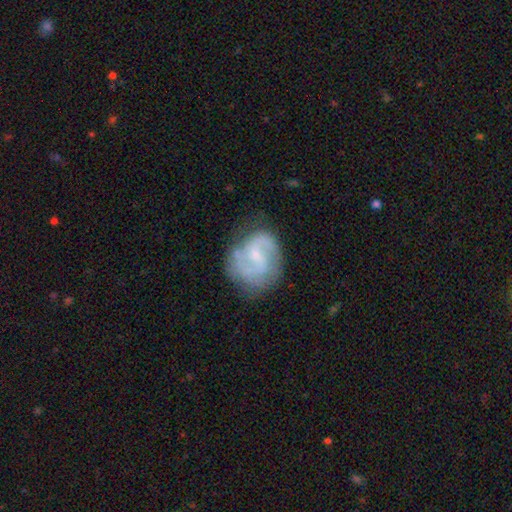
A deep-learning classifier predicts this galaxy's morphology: smooth_or_featured: featured or disk (p=0.78) [alt: smooth p=0.16]
disk_edge_on: no (p=0.98) [alt: yes p=0.02]
bar: weak (p=0.54) [alt: no p=0.34]
has_spiral_arms: yes (p=0.92) [alt: no p=0.08]
spiral_winding: medium (p=0.49) [alt: loose p=0.30]
spiral_arm_count: 2 (p=0.79) [alt: can't tell p=0.11]
bulge_size: small (p=0.57) [alt: moderate p=0.24]
merging: none (p=0.66) [alt: minor disturbance p=0.21]